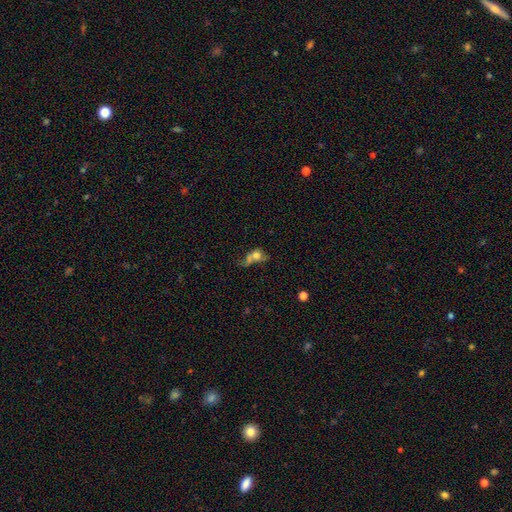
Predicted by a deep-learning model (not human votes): A smooth galaxy with no disk features (60%) that is round (48%). Merging: merger (32%).